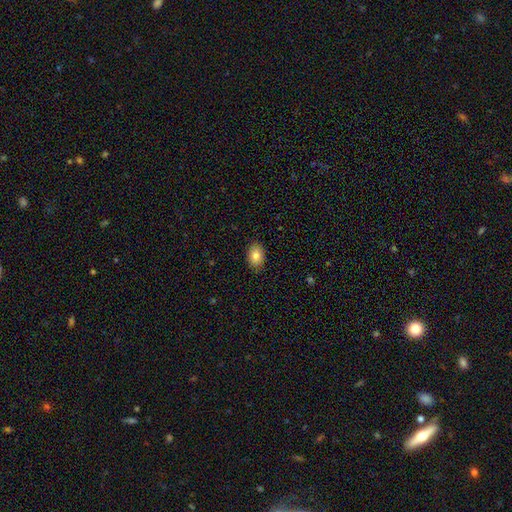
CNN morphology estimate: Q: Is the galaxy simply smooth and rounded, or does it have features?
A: smooth — 83%.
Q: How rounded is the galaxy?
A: in between — 81%.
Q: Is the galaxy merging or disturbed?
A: none — 89%.